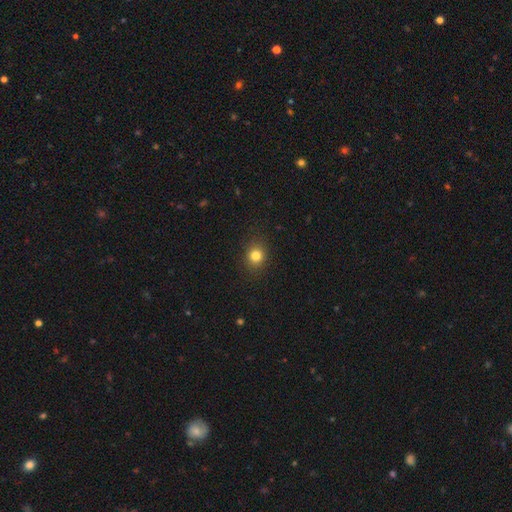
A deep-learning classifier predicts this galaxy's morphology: The model was most divided on "how rounded": round: 78%, in between: 21%, cigar-shaped: 1%. More confident: merging — none (89%); smooth or featured — smooth (81%).